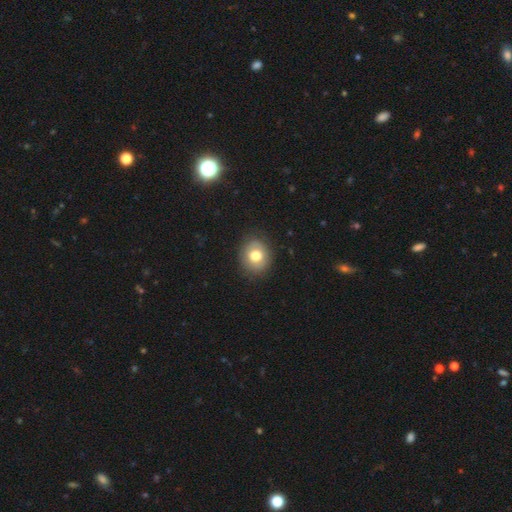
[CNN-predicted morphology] Smooth or featured? Predicted: smooth (p=0.72). How rounded? Predicted: round (p=0.73). Merging? Predicted: none (p=0.84).